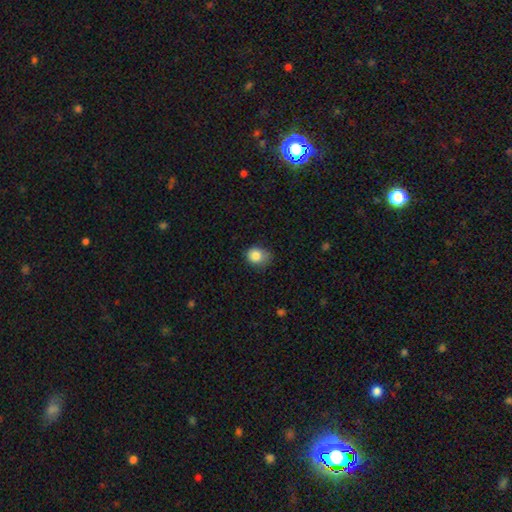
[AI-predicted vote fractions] Smooth or featured? smooth (84%)
How rounded? round (66%)
Merging? none (54%)